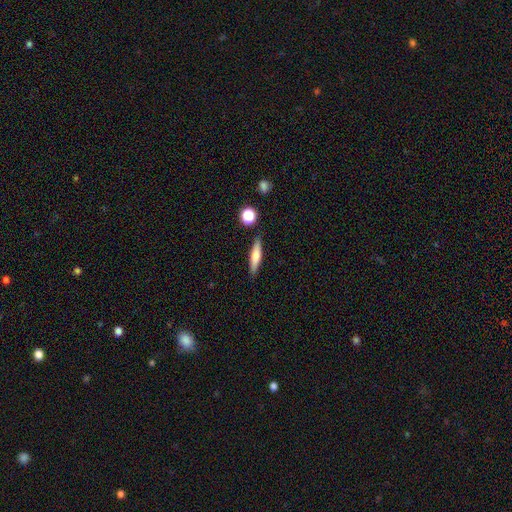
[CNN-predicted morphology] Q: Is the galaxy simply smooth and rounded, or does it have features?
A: smooth — 59%.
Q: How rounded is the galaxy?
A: cigar-shaped — 78%.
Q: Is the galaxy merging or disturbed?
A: none — 87%.